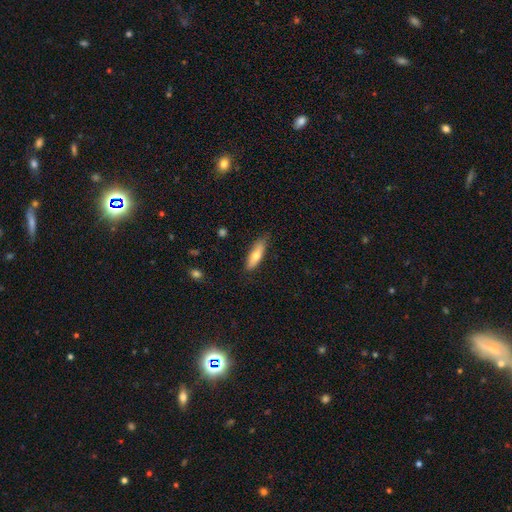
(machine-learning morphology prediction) Smooth or featured: smooth — 69% (featured or disk — 25%)
How rounded: cigar-shaped — 56% (in between — 42%)
Merging: none — 80% (minor disturbance — 17%)